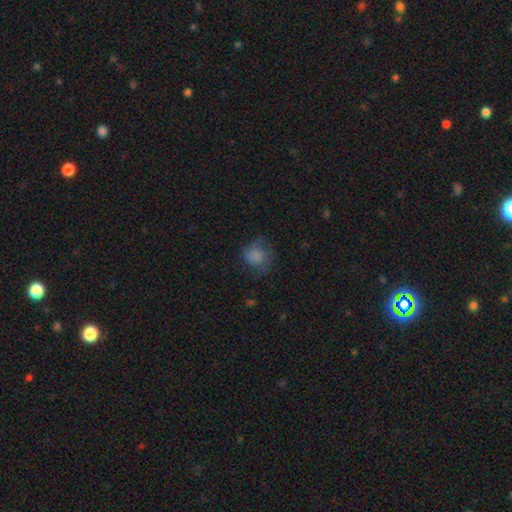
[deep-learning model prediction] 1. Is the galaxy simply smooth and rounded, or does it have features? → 76% smooth, 13% featured or disk, 11% star or artifact.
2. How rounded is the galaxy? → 76% round, 23% in between, 1% cigar-shaped.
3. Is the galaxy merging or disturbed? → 56% none, 26% minor disturbance, 16% major disturbance, 1% merger.